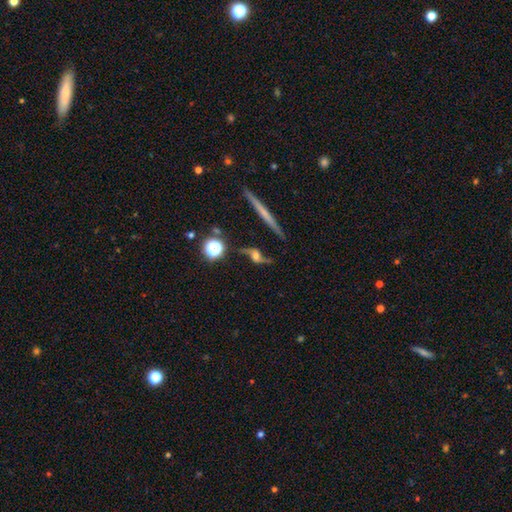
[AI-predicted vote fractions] Q: Smooth or featured?
A: featured or disk (74%); runner-up: smooth (15%)
Q: Edge-on disk?
A: no (77%); runner-up: yes (23%)
Q: Bar?
A: no (66%); runner-up: weak (24%)
Q: Spiral arms?
A: yes (90%); runner-up: no (10%)
Q: Spiral winding?
A: loose (87%); runner-up: medium (10%)
Q: Spiral arm count?
A: 2 (92%); runner-up: 1 (3%)
Q: Bulge size?
A: moderate (46%); runner-up: large (24%)
Q: Merging?
A: none (65%); runner-up: minor disturbance (18%)